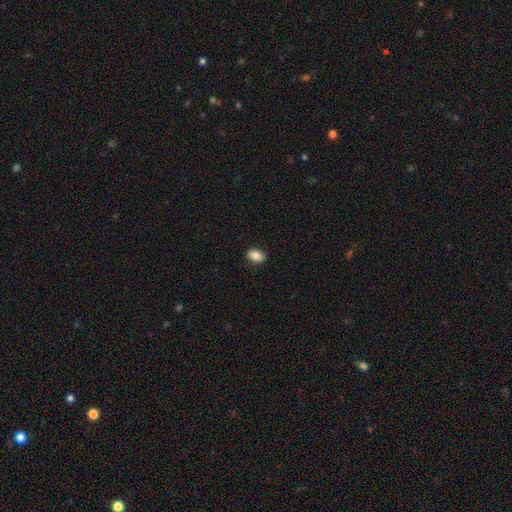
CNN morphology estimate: This appears to be a smooth galaxy with no disk features (85%) that is in between round and cigar-shaped (79%). Merging: none (87%).